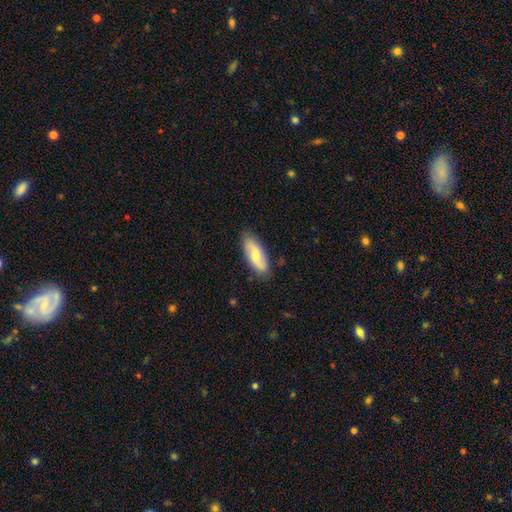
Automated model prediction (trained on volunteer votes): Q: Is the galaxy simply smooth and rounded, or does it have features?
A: featured or disk — 52%.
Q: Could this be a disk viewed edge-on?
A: no — 89%.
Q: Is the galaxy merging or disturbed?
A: none — 84%.